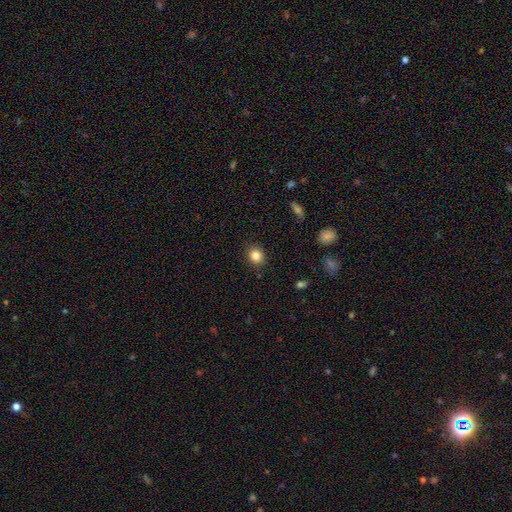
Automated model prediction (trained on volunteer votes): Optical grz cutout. It shows a smooth galaxy with no disk features (84%) that is round (61%). Merging: none (86%).